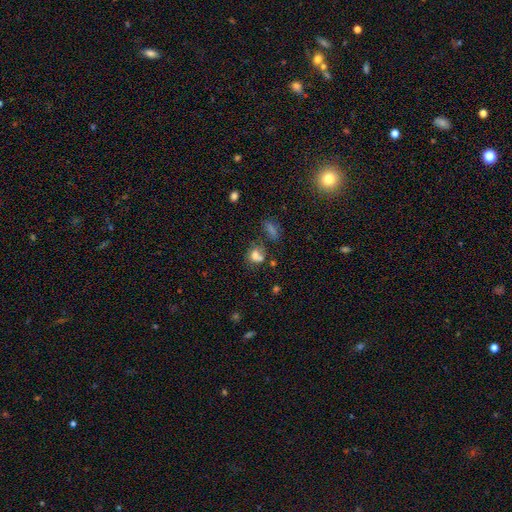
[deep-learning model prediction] Morphology: type=smooth (70%); roundness=round (59%); merging=none (39%).